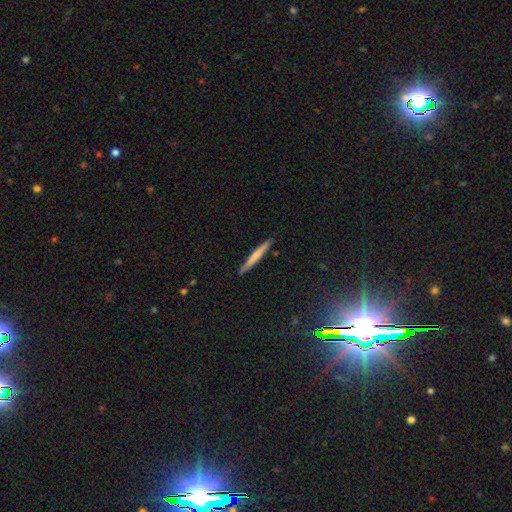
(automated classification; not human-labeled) A smooth galaxy with no disk features (63%) that is cigar-shaped (96%). Merging: none (90%).